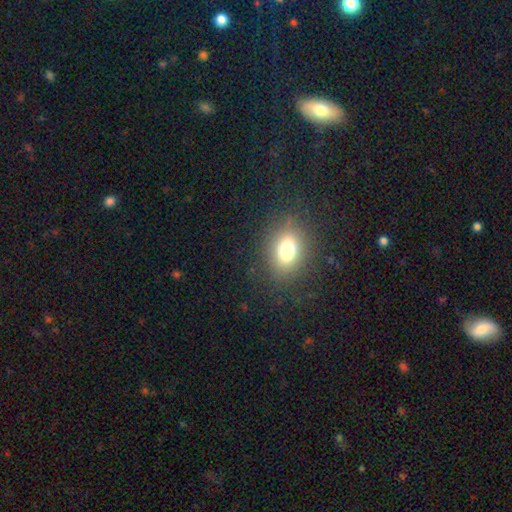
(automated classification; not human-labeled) Smooth or featured? Predicted: smooth (p=0.68). How rounded? Predicted: in between (p=0.68). Merging? Predicted: none (p=0.89).